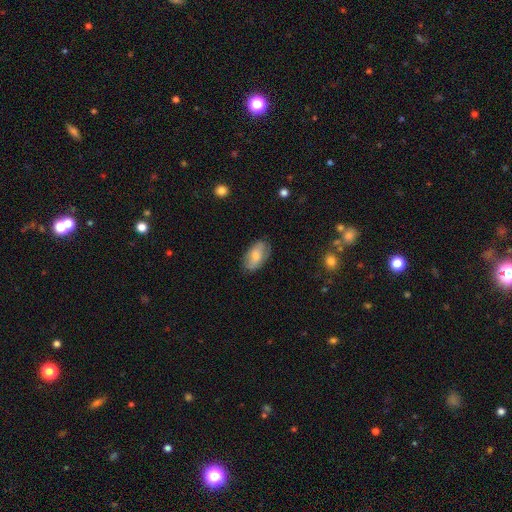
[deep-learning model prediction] This is likely a smooth galaxy (69%). How rounded: clearly in between (93%). Merging: likely none (73%).